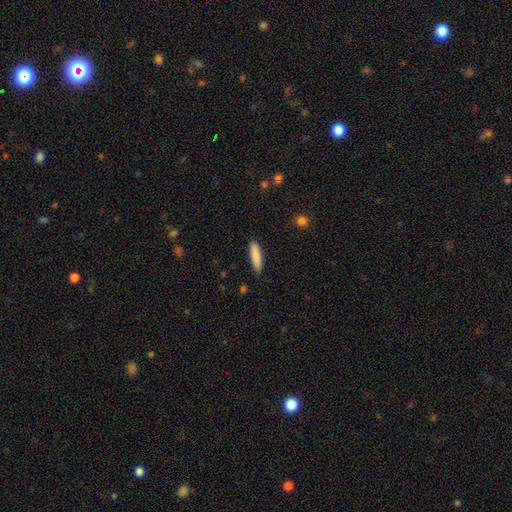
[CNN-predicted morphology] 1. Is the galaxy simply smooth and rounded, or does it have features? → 86% smooth, 8% featured or disk, 6% star or artifact.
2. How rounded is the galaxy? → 74% cigar-shaped, 25% in between, 1% round.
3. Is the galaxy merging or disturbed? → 85% none, 12% minor disturbance, 2% major disturbance, 1% merger.